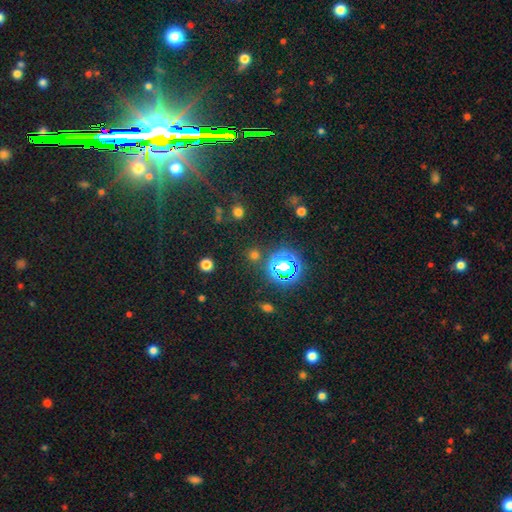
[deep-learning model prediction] Morphology: type=star or artifact (66%).